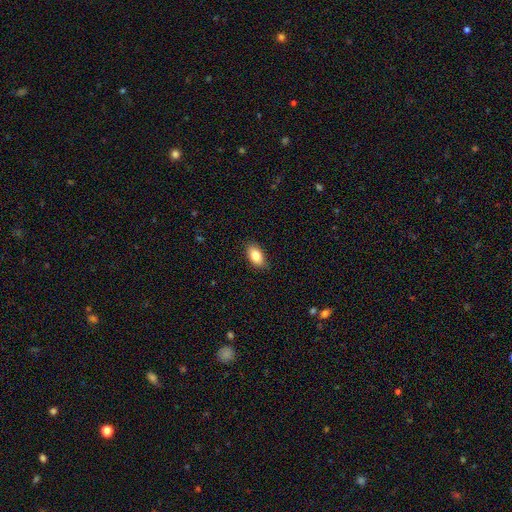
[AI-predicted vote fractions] smooth-or-featured: smooth: 84% | featured or disk: 9% | star or artifact: 7%
  how-rounded: in between: 91% | round: 6% | cigar-shaped: 3%
  merging: none: 86% | minor disturbance: 11% | major disturbance: 2% | merger: 1%